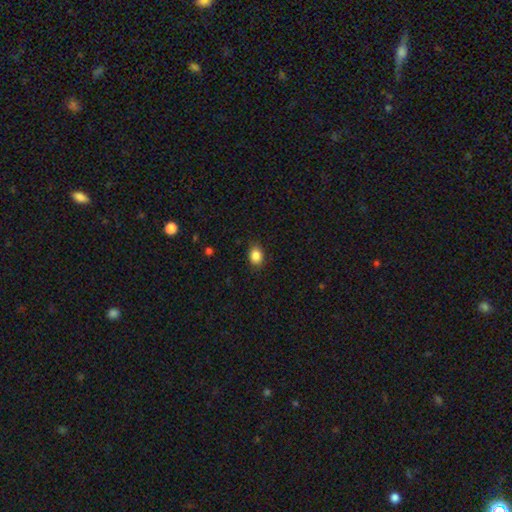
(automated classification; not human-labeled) smooth 87%, star or artifact 9%, featured or disk 4%. Down the decision tree: how rounded — in between (68%); merging — none (84%).